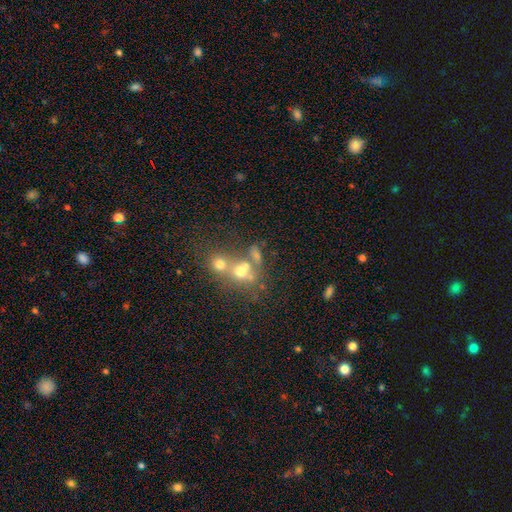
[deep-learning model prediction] This appears to be a smooth galaxy with no disk features (48%). Merging: merger (52%).